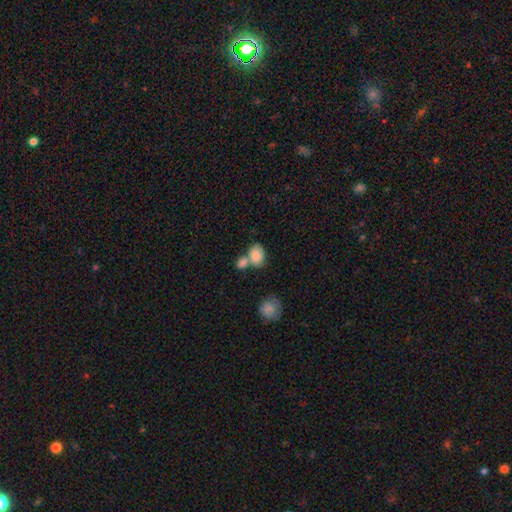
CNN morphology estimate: Smooth or featured: smooth — 84% (featured or disk — 9%)
How rounded: in between — 72% (round — 26%)
Merging: merger — 48% (none — 36%)